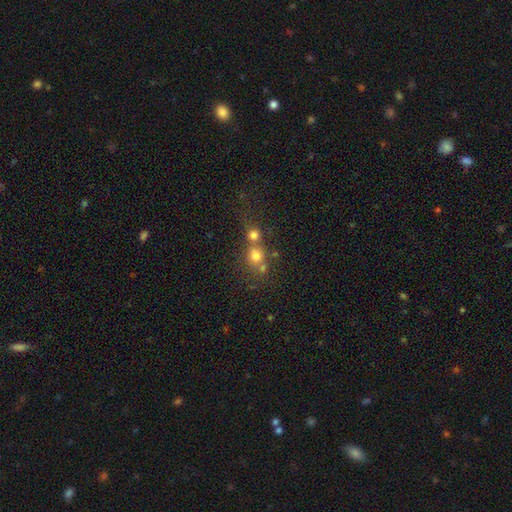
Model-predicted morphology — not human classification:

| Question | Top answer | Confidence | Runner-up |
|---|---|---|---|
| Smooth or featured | smooth | 69% | star or artifact (17%) |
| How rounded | round | 83% | in between (16%) |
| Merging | merger | 49% | none (39%) |